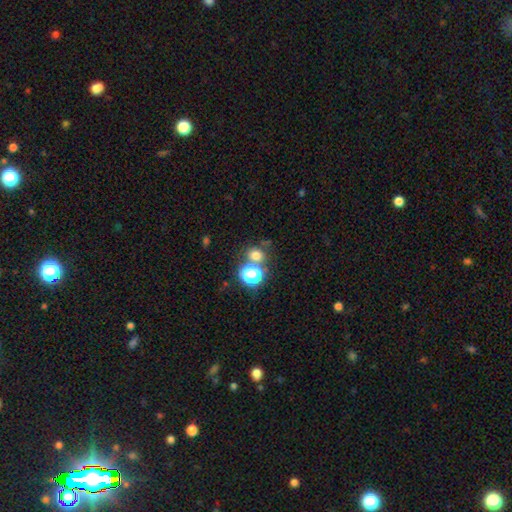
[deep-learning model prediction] Smooth or featured? smooth (71%)
How rounded? round (79%)
Merging? none (64%)